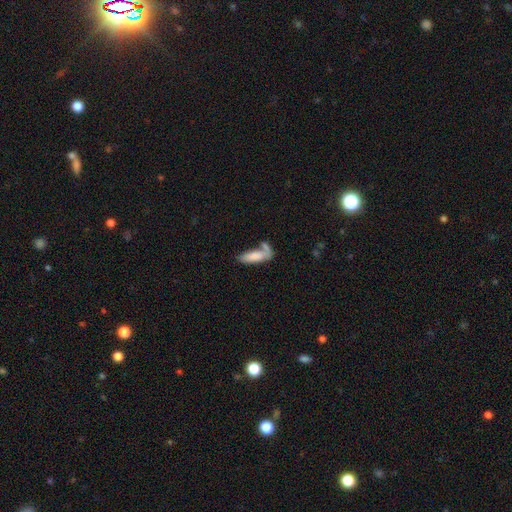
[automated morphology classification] Smooth or featured? Predicted: smooth (p=0.78). How rounded? Predicted: in between (p=0.61). Merging? Predicted: none (p=0.40).